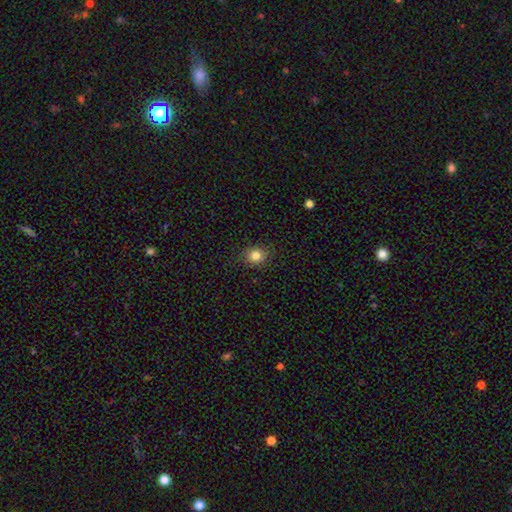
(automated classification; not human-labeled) Smooth or featured? smooth (82%)
How rounded? round (71%)
Merging? none (89%)